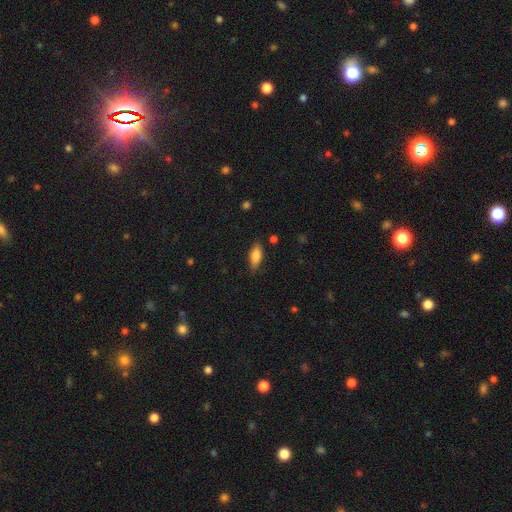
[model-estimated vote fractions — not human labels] Morphology: type=smooth (79%); roundness=in between (80%); merging=none (79%).